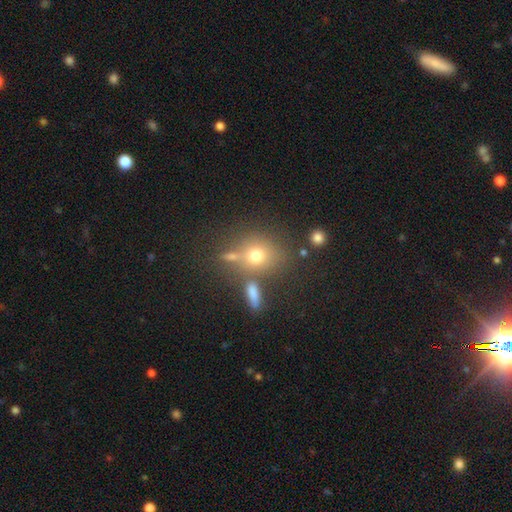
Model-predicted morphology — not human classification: smooth-or-featured: smooth: 68% | star or artifact: 17% | featured or disk: 15%
  how-rounded: round: 66% | in between: 31% | cigar-shaped: 2%
  merging: none: 61% | merger: 19% | minor disturbance: 13% | major disturbance: 6%